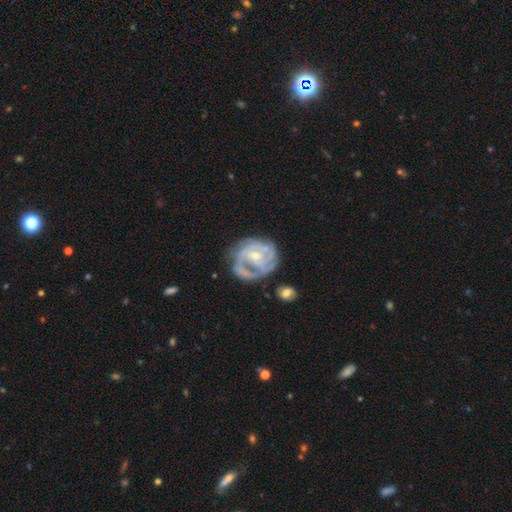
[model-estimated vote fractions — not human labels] featured or disk 81%, smooth 13%, star or artifact 6%. Down the decision tree: edge-on disk — no (98%); bar — no (57%); spiral arms — yes (84%); spiral arm count — can't tell (37%); spiral winding — tight (55%); bulge size — small (63%); merging — none (50%).